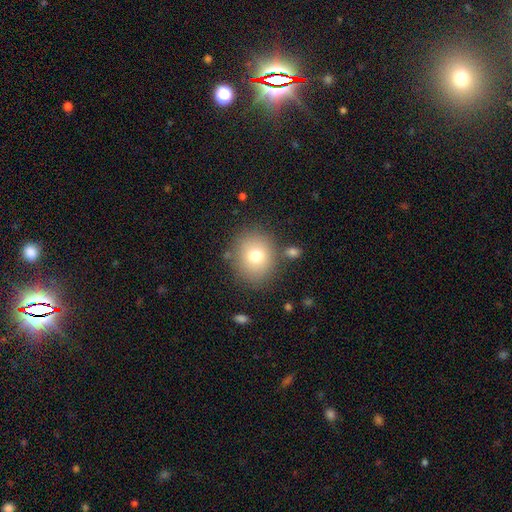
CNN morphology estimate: This is likely a smooth galaxy (75%). How rounded: likely round (79%). Merging: likely none (79%).